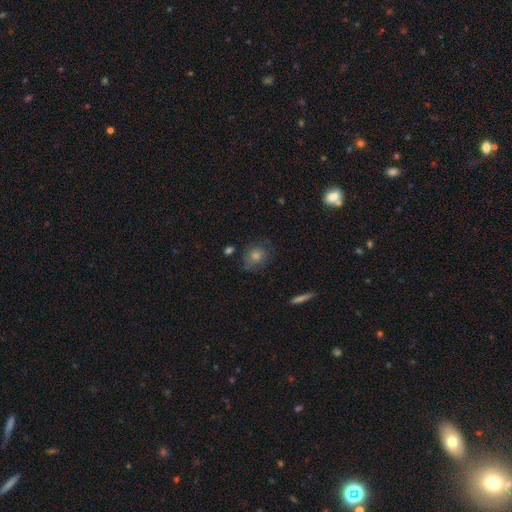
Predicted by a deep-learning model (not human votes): Q: Smooth or featured?
A: smooth (63%); runner-up: star or artifact (19%)
Q: How rounded?
A: round (71%); runner-up: in between (27%)
Q: Merging?
A: none (80%); runner-up: minor disturbance (14%)